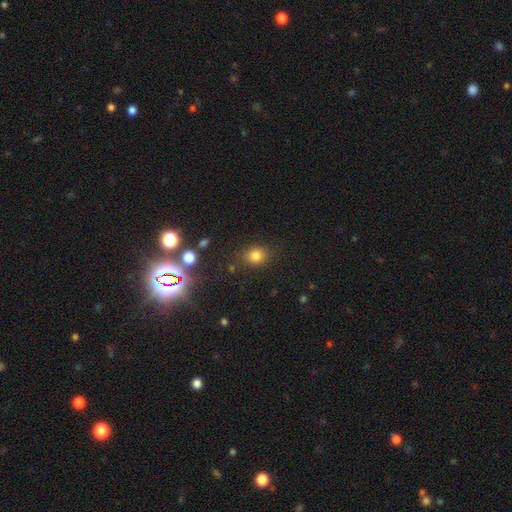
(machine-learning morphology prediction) Smooth or featured? smooth (78%)
How rounded? round (65%)
Merging? none (81%)